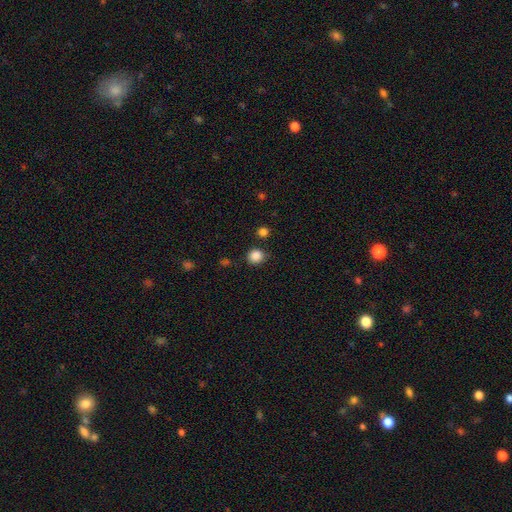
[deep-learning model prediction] Overall: smooth (86%). How rounded: round (86%). Merging: none (84%).